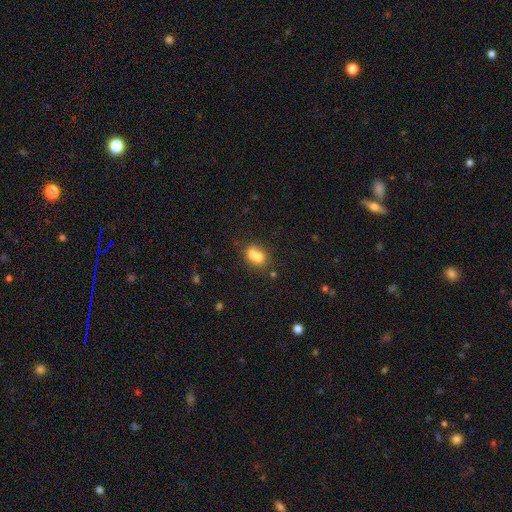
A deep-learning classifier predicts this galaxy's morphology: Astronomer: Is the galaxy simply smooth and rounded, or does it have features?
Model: smooth — 77%.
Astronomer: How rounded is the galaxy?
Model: in between — 76%.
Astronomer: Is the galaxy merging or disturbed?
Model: none — 53%.